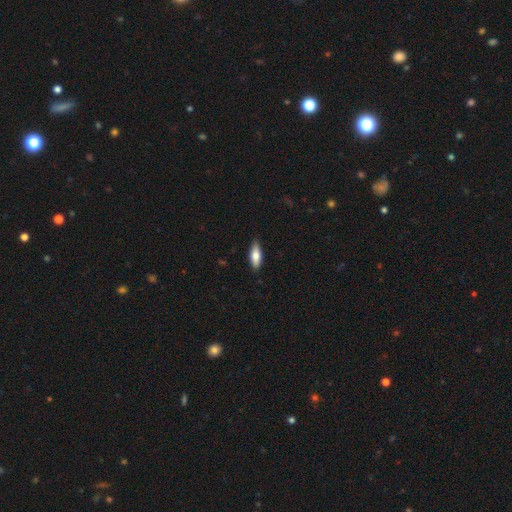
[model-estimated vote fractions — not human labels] A smooth galaxy with no disk features (72%) that is in between round and cigar-shaped (64%).

Vote fractions:
- Smooth or featured? smooth: 72% / featured or disk: 22% / star or artifact: 6%
- How rounded? in between: 64% / cigar-shaped: 34% / round: 2%
- Merging? none: 86% / minor disturbance: 11% / major disturbance: 2% / merger: 1%